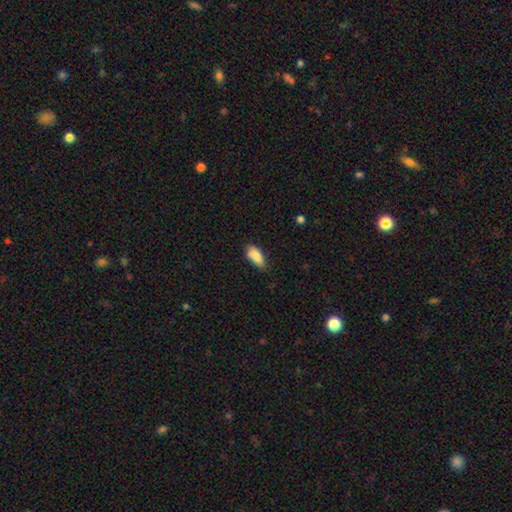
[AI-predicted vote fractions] smooth_or_featured: smooth (p=0.85) [alt: featured or disk p=0.09]
how_rounded: in between (p=0.89) [alt: cigar-shaped p=0.08]
merging: none (p=0.68) [alt: minor disturbance p=0.26]